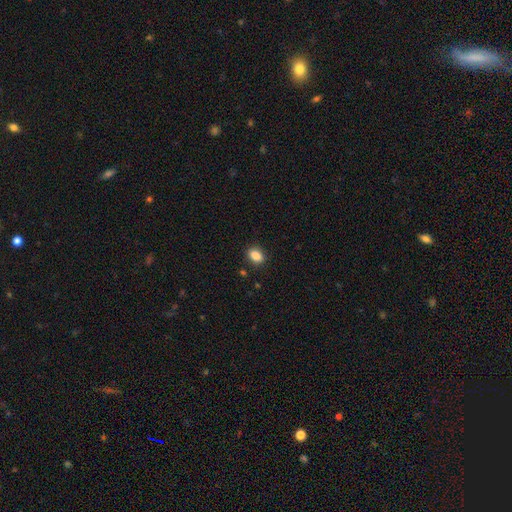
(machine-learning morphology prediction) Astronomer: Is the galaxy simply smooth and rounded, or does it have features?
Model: smooth — 87%.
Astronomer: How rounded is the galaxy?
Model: in between — 80%.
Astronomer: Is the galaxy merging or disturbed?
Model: none — 88%.